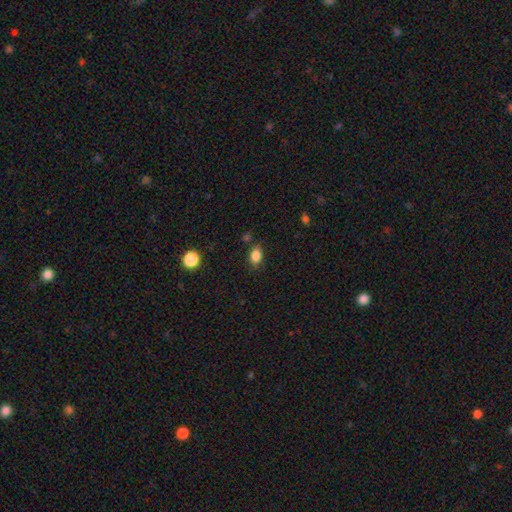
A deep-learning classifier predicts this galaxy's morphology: Smooth or featured? smooth (85%)
How rounded? in between (79%)
Merging? none (79%)